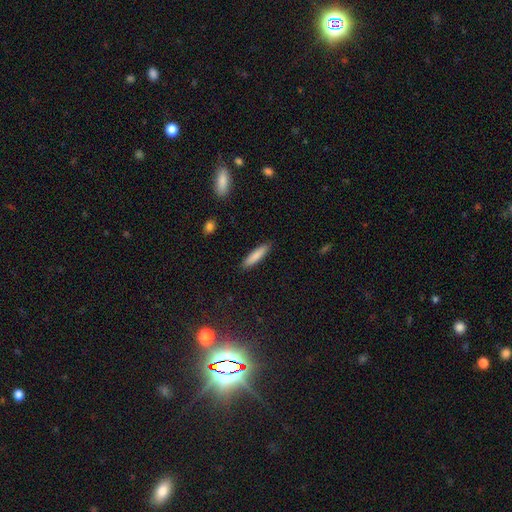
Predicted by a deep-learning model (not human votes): Smooth or featured? smooth (84%)
How rounded? cigar-shaped (80%)
Merging? none (89%)